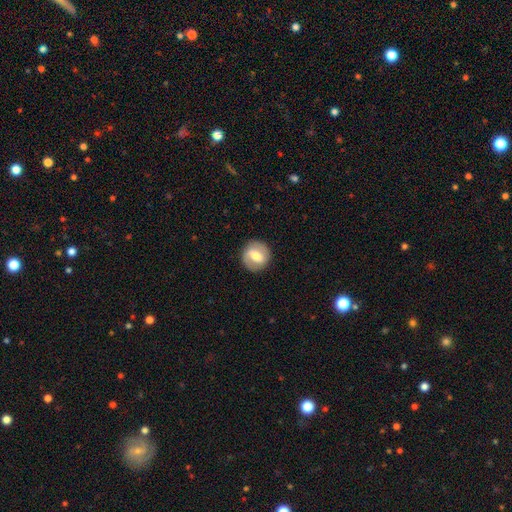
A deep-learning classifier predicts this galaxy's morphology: Overall: featured or disk (52%; smooth 41%). Edge-on disk: no (95%). Merging: none (87%).